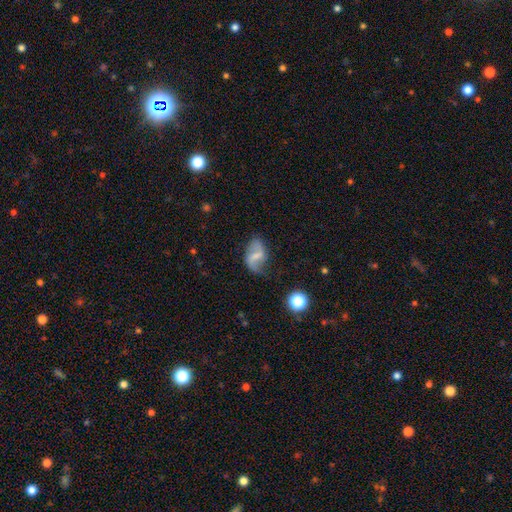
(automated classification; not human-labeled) This is likely a featured or disk galaxy (66%). It is clearly not viewed edge-on (97%). Bar: possibly weak (48%). Spiral arm pattern: clearly yes (86%). Spiral arm count: clearly 2 (85%). Spiral winding: likely loose (70%). Central bulge: marginally none (41%). Merging: likely none (62%).